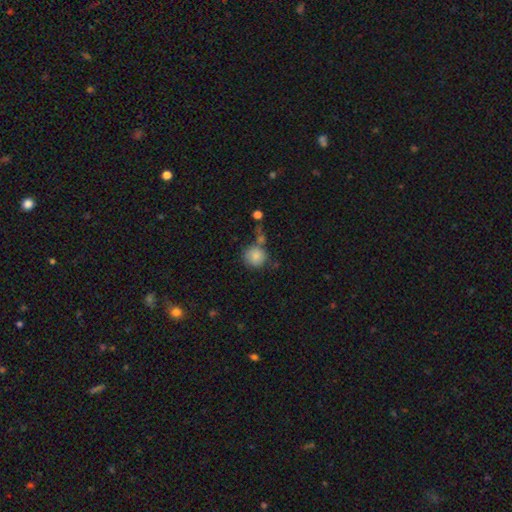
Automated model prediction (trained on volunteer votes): Smooth or featured: smooth — 84% (star or artifact — 9%)
How rounded: round — 91% (in between — 8%)
Merging: none — 63% (merger — 18%)